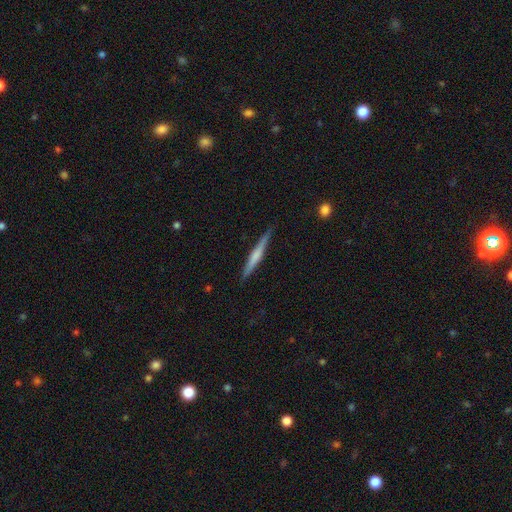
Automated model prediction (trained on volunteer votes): Morphology: type=featured or disk (57%); edge-on=yes (98%); edge-on bulge=rounded (47%); merging=none (89%).